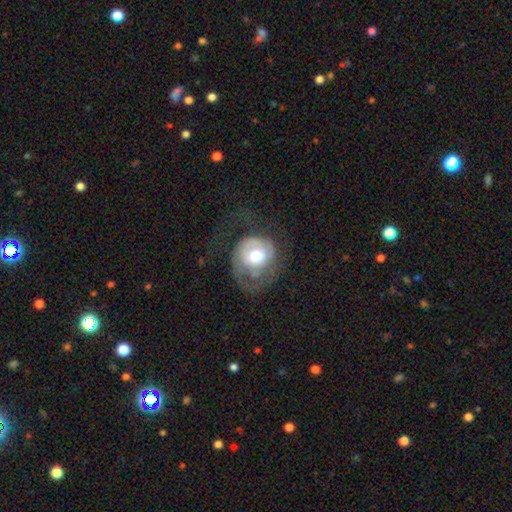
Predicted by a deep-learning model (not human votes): Overall: featured or disk (49%; smooth 43%). Merging: major disturbance (46%; none 32%).